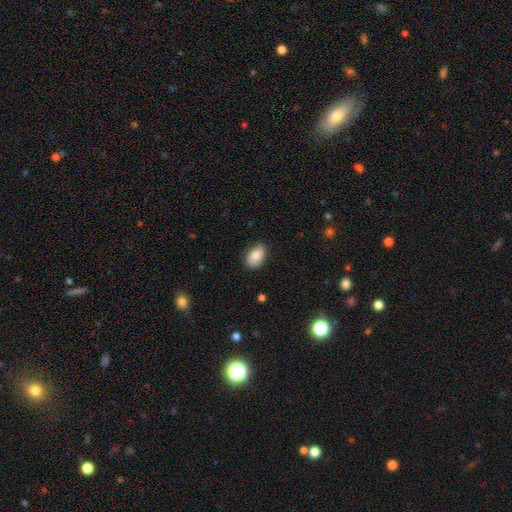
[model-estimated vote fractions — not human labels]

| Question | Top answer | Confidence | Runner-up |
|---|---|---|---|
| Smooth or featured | smooth | 82% | featured or disk (10%) |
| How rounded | in between | 87% | round (12%) |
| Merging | none | 82% | minor disturbance (14%) |